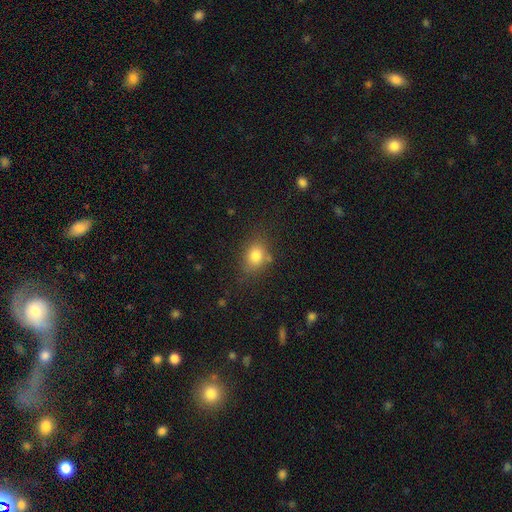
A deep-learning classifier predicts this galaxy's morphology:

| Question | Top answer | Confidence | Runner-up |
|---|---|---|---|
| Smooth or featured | smooth | 81% | star or artifact (10%) |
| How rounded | in between | 62% | round (37%) |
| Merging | none | 71% | minor disturbance (19%) |